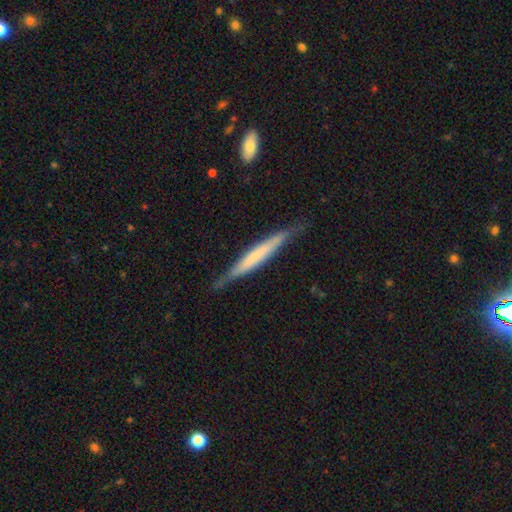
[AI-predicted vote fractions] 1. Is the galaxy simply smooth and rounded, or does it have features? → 57% featured or disk, 36% smooth, 7% star or artifact.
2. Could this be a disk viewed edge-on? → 95% yes, 5% no.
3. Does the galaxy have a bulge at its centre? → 62% none, 21% rounded, 17% boxy.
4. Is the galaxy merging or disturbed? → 82% none, 14% minor disturbance, 2% major disturbance, 1% merger.